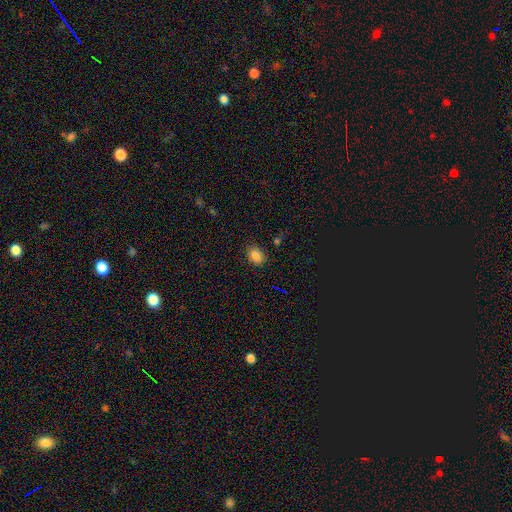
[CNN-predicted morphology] Smooth or featured?
  - smooth: 84% *
  - star or artifact: 12%
  - featured or disk: 4%
How rounded?
  - in between: 73% *
  - round: 26%
  - cigar-shaped: 1%
Merging?
  - none: 84% *
  - minor disturbance: 12%
  - major disturbance: 3%
  - merger: 2%